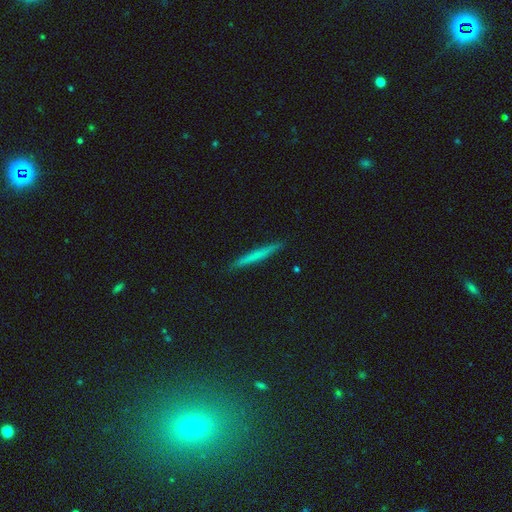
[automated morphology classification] smooth 58%, featured or disk 32%, star or artifact 10%. Down the decision tree: how rounded — cigar-shaped (96%); merging — none (92%).